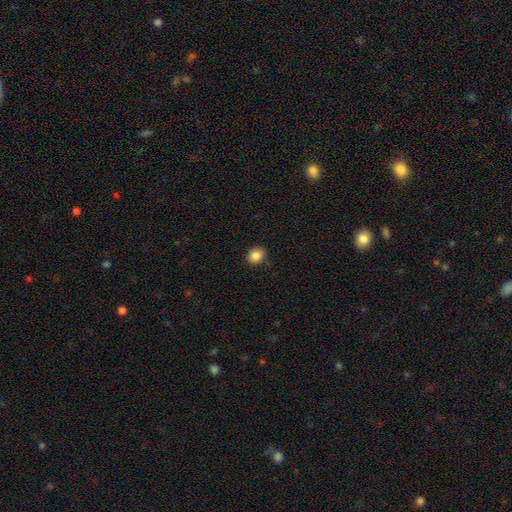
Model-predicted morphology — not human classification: Q: Smooth or featured?
A: smooth (87%); runner-up: star or artifact (10%)
Q: How rounded?
A: round (72%); runner-up: in between (27%)
Q: Merging?
A: none (87%); runner-up: minor disturbance (9%)